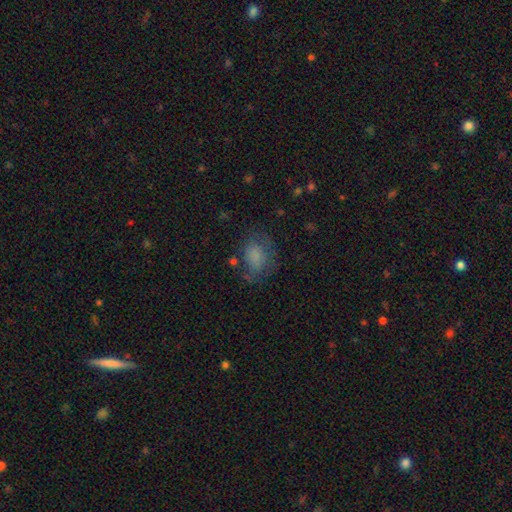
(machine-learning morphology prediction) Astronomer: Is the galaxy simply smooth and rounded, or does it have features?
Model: smooth — 73%.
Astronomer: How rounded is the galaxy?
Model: in between — 65%.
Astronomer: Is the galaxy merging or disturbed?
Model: none — 56%.